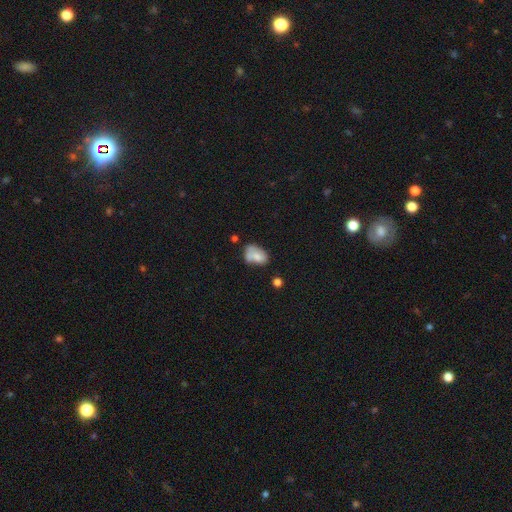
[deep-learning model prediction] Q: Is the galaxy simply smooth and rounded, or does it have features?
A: smooth — 69%.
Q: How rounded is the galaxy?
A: in between — 82%.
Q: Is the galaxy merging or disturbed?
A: none — 34%.